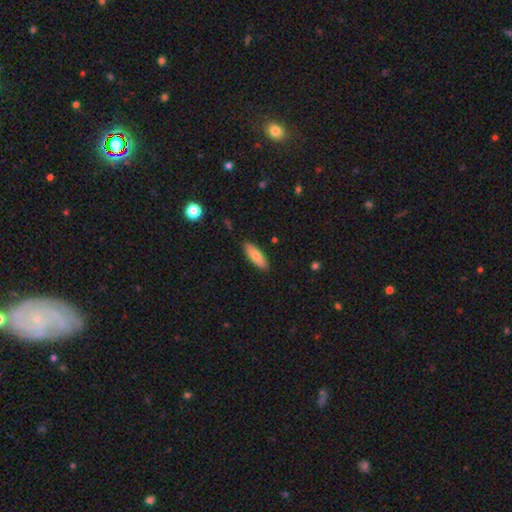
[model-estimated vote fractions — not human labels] The model was most divided on "how rounded": in between: 58%, cigar-shaped: 40%, round: 2%. More confident: merging — none (89%); smooth or featured — smooth (76%).